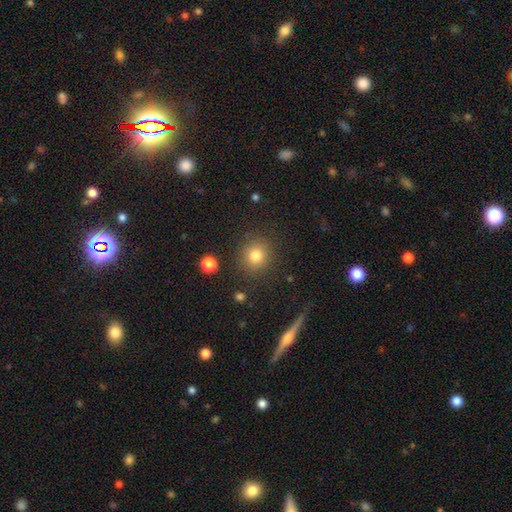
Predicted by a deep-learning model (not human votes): A smooth galaxy with no disk features (80%) that is round (87%).

Vote fractions:
- Smooth or featured? smooth: 80% / star or artifact: 13% / featured or disk: 7%
- How rounded? round: 87% / in between: 12% / cigar-shaped: 1%
- Merging? none: 86% / minor disturbance: 8% / major disturbance: 3% / merger: 2%